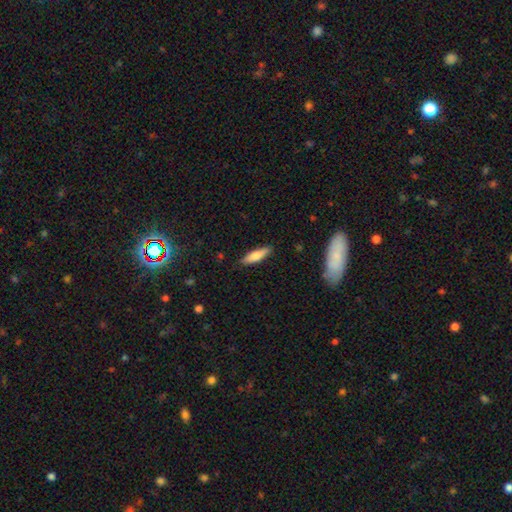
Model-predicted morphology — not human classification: Q: Smooth or featured?
A: smooth (75%); runner-up: featured or disk (18%)
Q: How rounded?
A: cigar-shaped (66%); runner-up: in between (33%)
Q: Merging?
A: none (87%); runner-up: minor disturbance (10%)